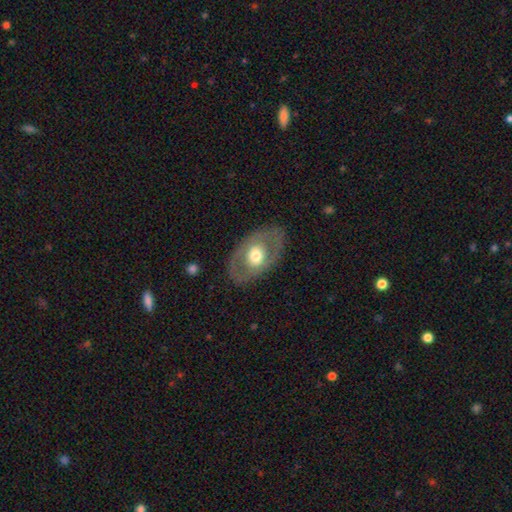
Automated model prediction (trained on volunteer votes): Smooth or featured?
  - featured or disk: 54% *
  - smooth: 41%
  - star or artifact: 5%
Edge-on disk?
  - no: 89% *
  - yes: 11%
Merging?
  - none: 81% *
  - minor disturbance: 12%
  - major disturbance: 6%
  - merger: 1%